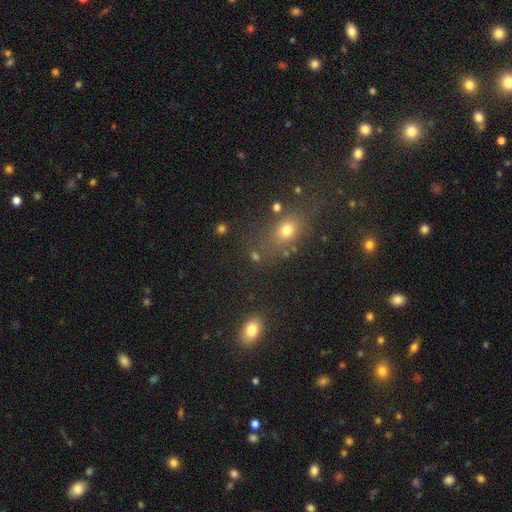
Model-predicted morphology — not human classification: smooth_or_featured: smooth (p=0.64) [alt: star or artifact p=0.25]
how_rounded: in between (p=0.55) [alt: round p=0.41]
merging: none (p=0.70) [alt: minor disturbance p=0.13]